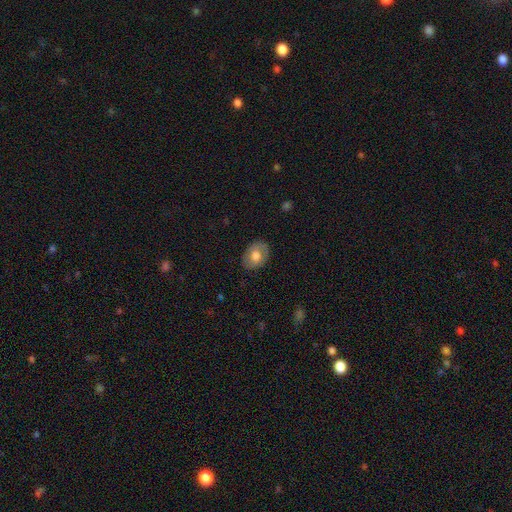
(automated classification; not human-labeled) Overall: smooth (66%; featured or disk 27%). How rounded: in between (73%). Merging: none (81%).